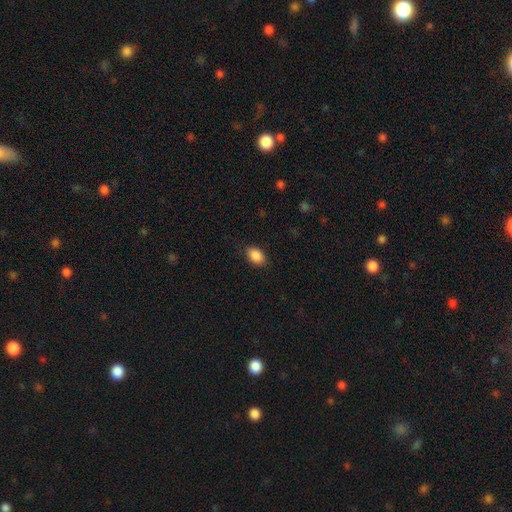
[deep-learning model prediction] Smooth or featured?
  - smooth: 89% *
  - star or artifact: 8%
  - featured or disk: 3%
How rounded?
  - in between: 84% *
  - round: 14%
  - cigar-shaped: 1%
Merging?
  - none: 86% *
  - minor disturbance: 11%
  - major disturbance: 3%
  - merger: 1%